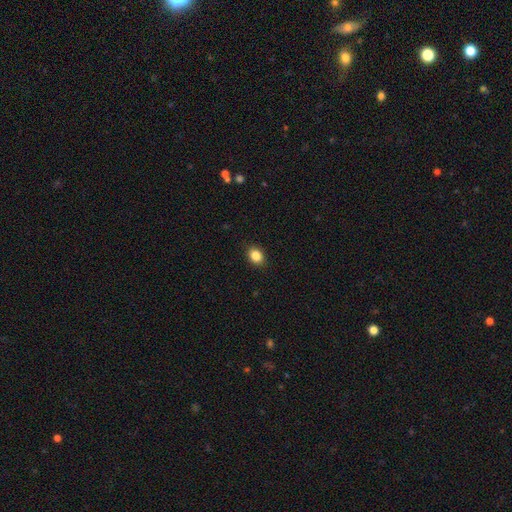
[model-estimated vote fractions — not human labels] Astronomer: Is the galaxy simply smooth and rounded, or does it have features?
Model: smooth — 86%.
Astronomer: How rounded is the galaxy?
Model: in between — 56% (runner-up: round, 43%).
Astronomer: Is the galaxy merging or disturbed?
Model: none — 89%.